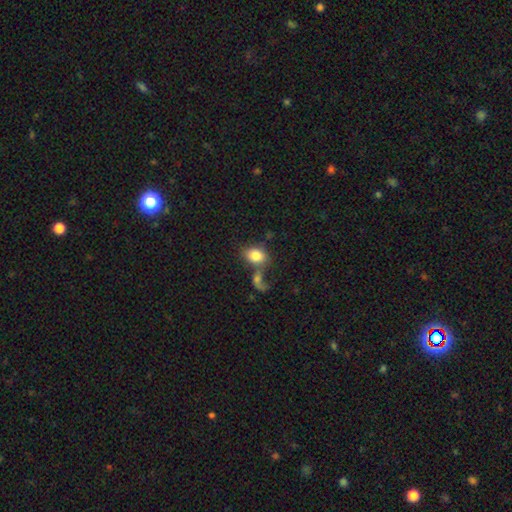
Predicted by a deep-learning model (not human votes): smooth_or_featured: smooth (p=0.81) [alt: featured or disk p=0.11]
how_rounded: in between (p=0.69) [alt: round p=0.30]
merging: merger (p=0.38) [alt: none p=0.36]